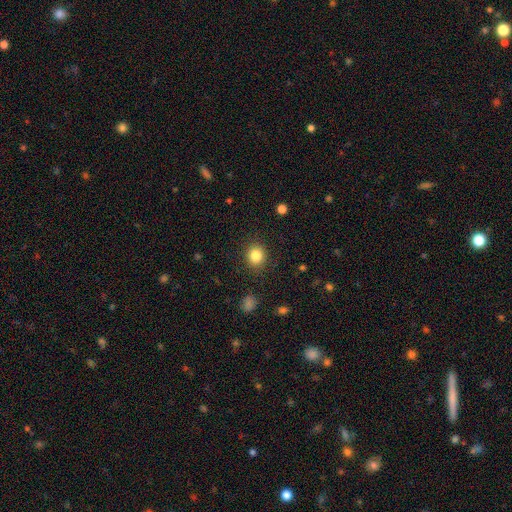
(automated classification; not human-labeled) Overall: smooth (84%). How rounded: round (79%). Merging: none (89%).